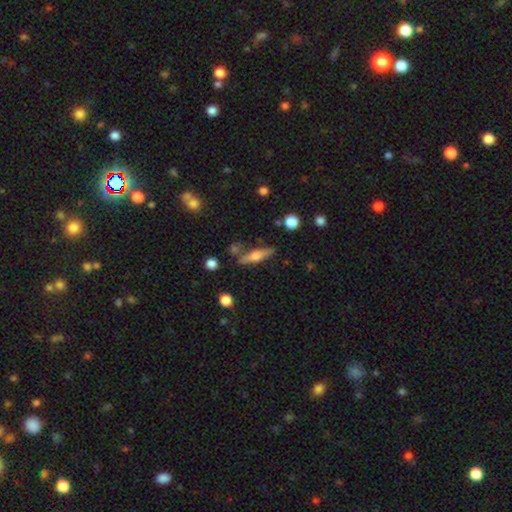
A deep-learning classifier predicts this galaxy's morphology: featured or disk 53%, smooth 40%, star or artifact 7%. Down the decision tree: edge-on disk — yes (94%); merging — none (78%).